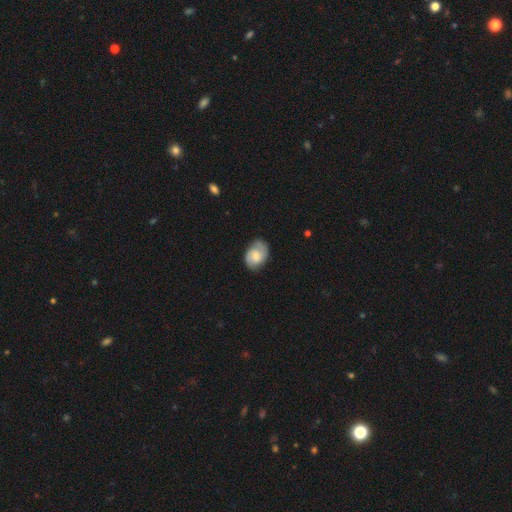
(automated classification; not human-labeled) smooth-or-featured: smooth: 50% | featured or disk: 43% | star or artifact: 7%
  how-rounded: in between: 73% | round: 26% | cigar-shaped: 1%
  merging: none: 72% | minor disturbance: 21% | major disturbance: 5% | merger: 1%